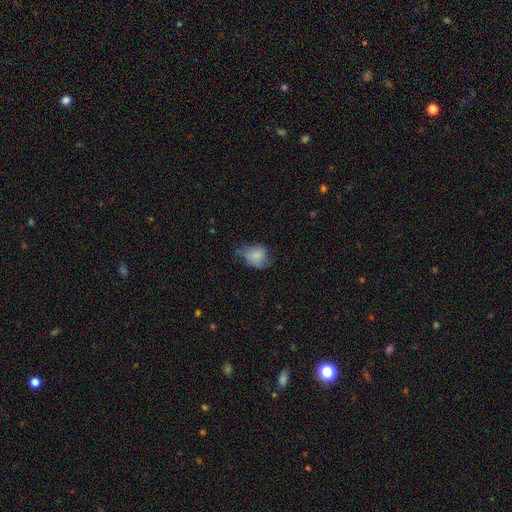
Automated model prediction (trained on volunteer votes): smooth_or_featured: smooth (p=0.73) [alt: featured or disk p=0.17]
how_rounded: in between (p=0.57) [alt: round p=0.42]
merging: minor disturbance (p=0.40) [alt: none p=0.35]